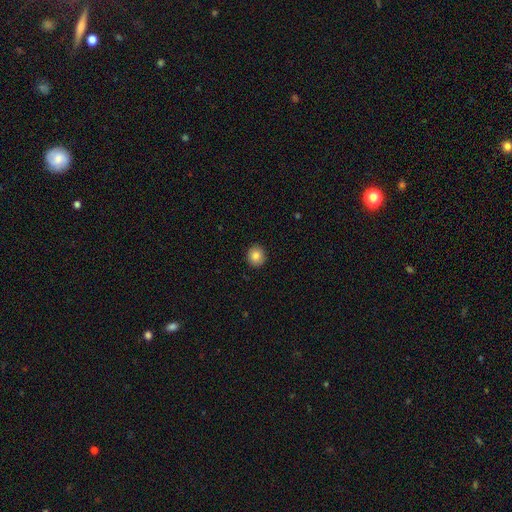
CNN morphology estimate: This appears to be a smooth galaxy with no disk features (84%) that is round (88%). Merging: none (92%).